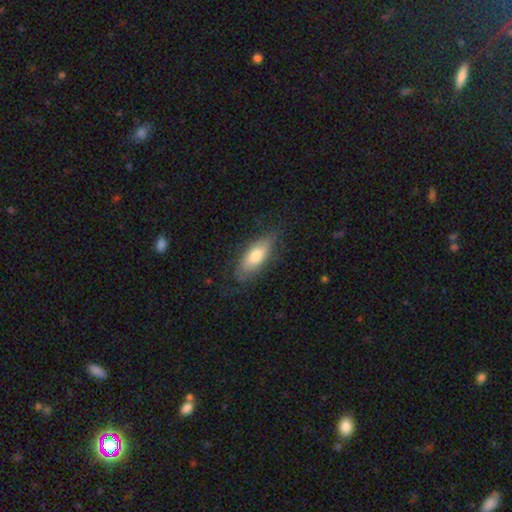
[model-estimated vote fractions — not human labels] A smooth galaxy with no disk features (71%) that is in between round and cigar-shaped (75%). Merging: none (72%).